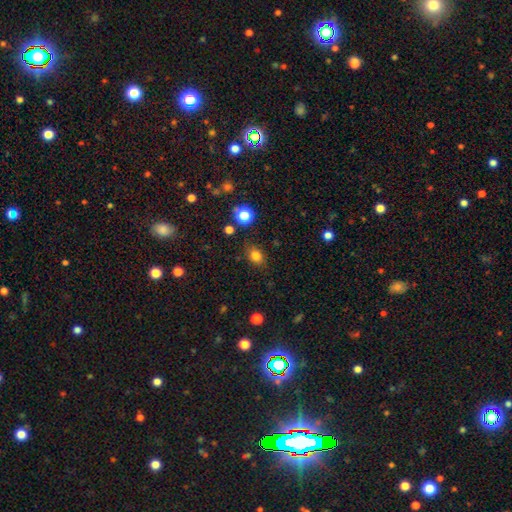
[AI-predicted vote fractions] Smooth or featured?
  - smooth: 80% *
  - star or artifact: 13%
  - featured or disk: 7%
How rounded?
  - in between: 62% *
  - round: 37%
  - cigar-shaped: 1%
Merging?
  - none: 82% *
  - minor disturbance: 12%
  - major disturbance: 3%
  - merger: 2%